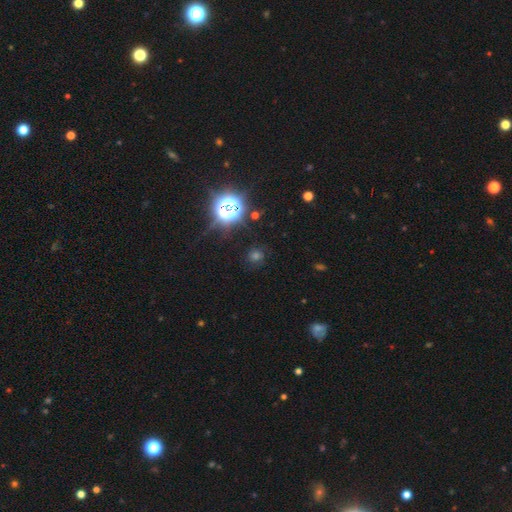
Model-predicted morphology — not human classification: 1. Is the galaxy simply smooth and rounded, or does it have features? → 53% star or artifact, 37% smooth, 10% featured or disk.